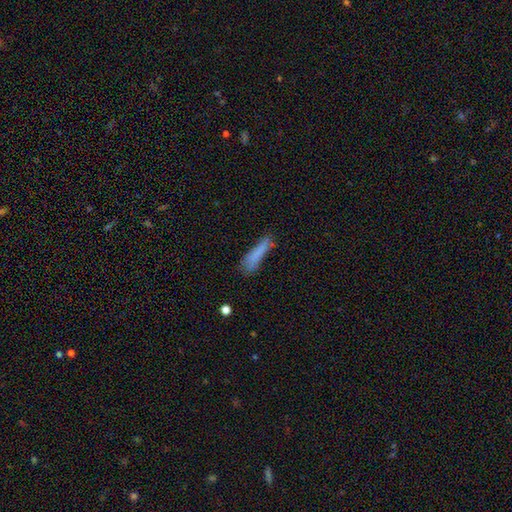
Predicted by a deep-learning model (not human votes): This is clearly a smooth galaxy (80%). How rounded: clearly cigar-shaped (84%). Merging: likely none (64%).